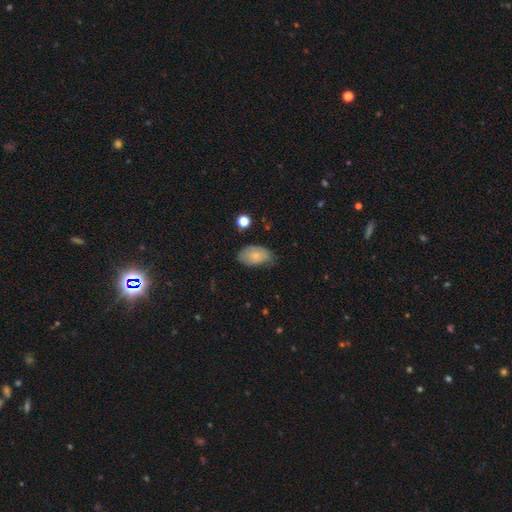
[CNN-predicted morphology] Smooth or featured? Predicted: smooth (p=0.73). How rounded? Predicted: in between (p=0.92). Merging? Predicted: none (p=0.58).